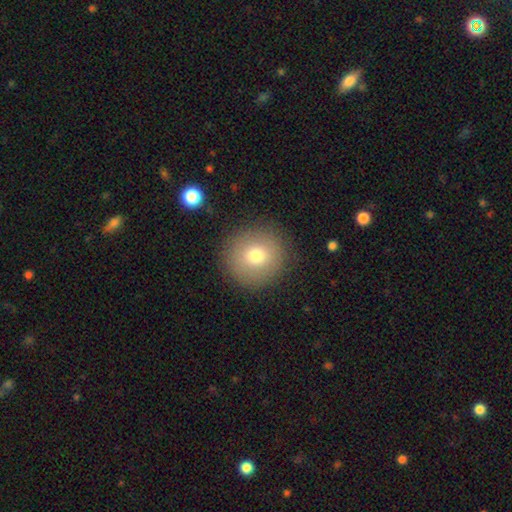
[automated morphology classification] The model was most divided on "smooth or featured": smooth: 75%, featured or disk: 14%, star or artifact: 11%. More confident: how rounded — round (94%); merging — none (89%).